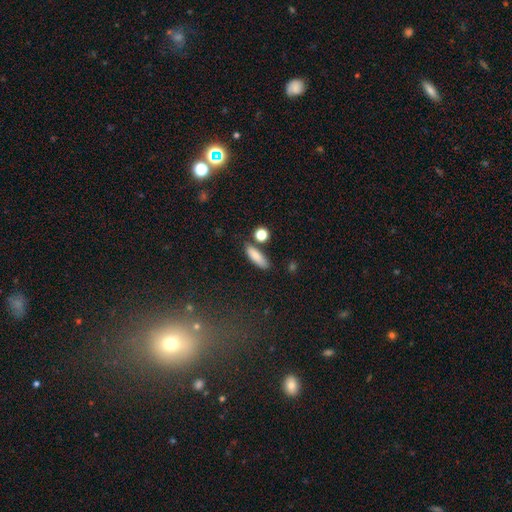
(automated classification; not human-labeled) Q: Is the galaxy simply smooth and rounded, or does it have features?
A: smooth — 83%.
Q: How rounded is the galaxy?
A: in between — 50%.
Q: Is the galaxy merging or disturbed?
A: none — 75%.